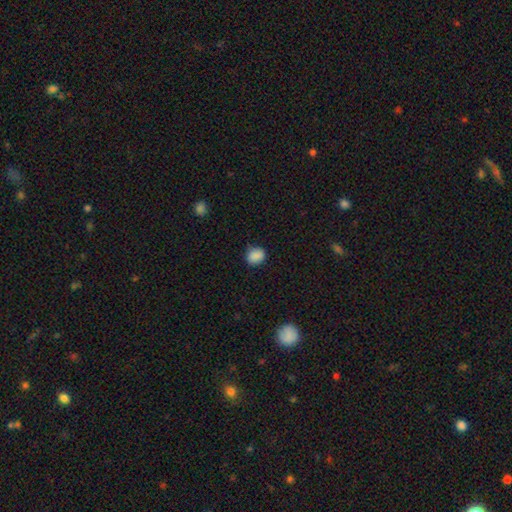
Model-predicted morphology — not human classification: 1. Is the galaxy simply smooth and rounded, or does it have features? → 87% smooth, 9% star or artifact, 4% featured or disk.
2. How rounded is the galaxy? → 57% round, 42% in between, 1% cigar-shaped.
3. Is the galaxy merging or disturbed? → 75% none, 20% minor disturbance, 4% major disturbance, 1% merger.